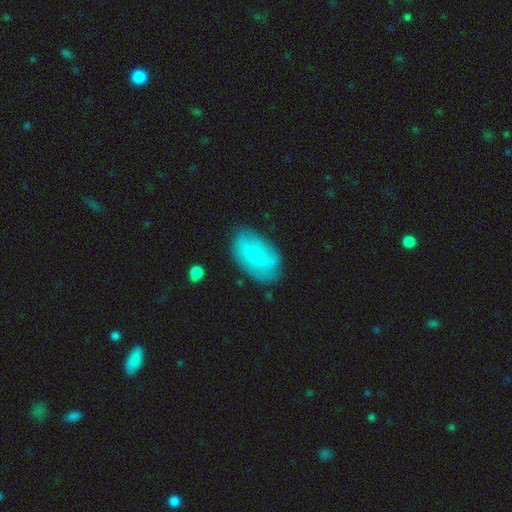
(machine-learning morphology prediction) The model was most divided on "smooth or featured": smooth: 54%, featured or disk: 38%, star or artifact: 7%. More confident: how rounded — in between (92%); merging — none (68%).